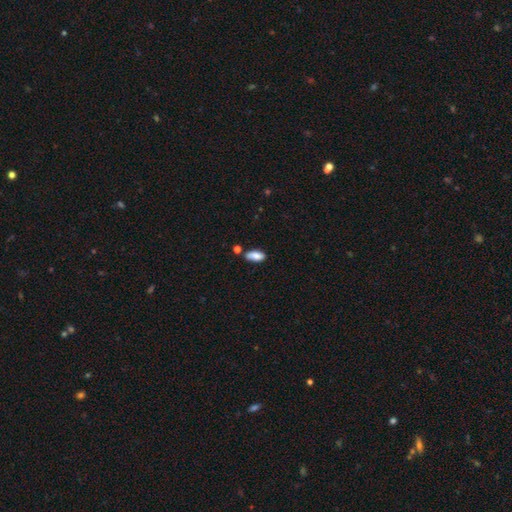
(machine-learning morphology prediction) type=smooth (85%); roundness=in between (87%); merging=none (69%).